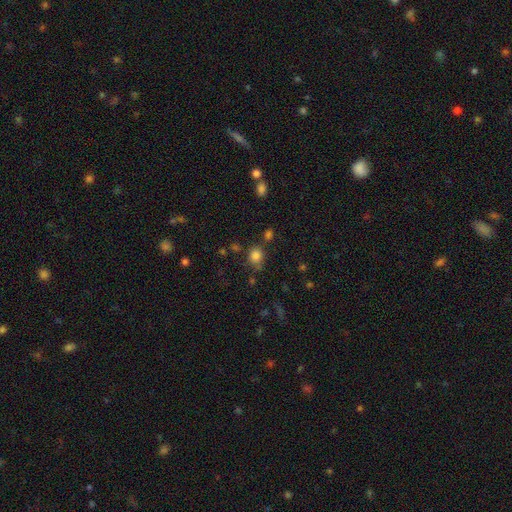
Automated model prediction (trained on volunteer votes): A smooth galaxy with no disk features (82%) that is round (71%). Merging: none (69%).